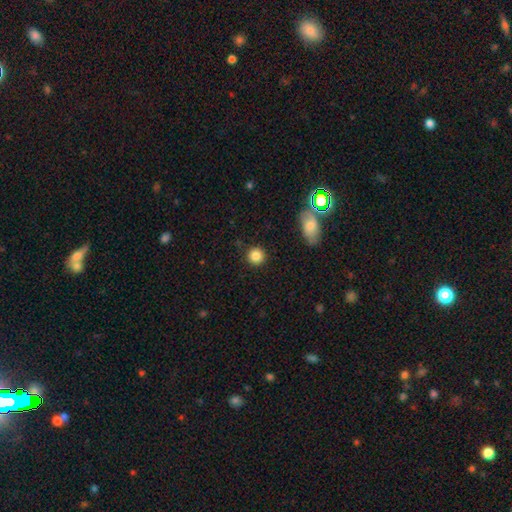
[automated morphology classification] smooth 86%, star or artifact 10%, featured or disk 4%. Down the decision tree: how rounded — round (93%); merging — none (90%).